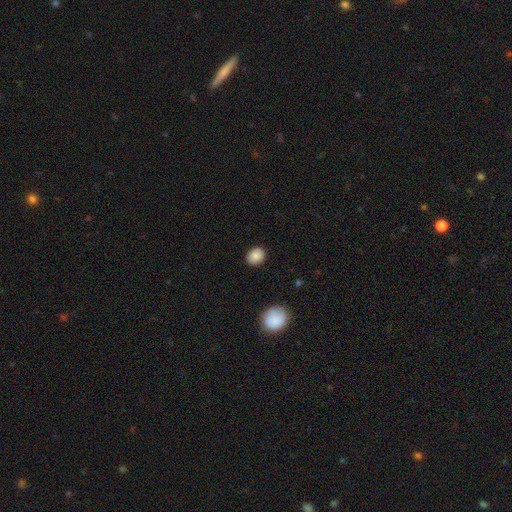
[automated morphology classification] smooth_or_featured: smooth (p=0.86) [alt: star or artifact p=0.09]
how_rounded: round (p=0.51) [alt: in between p=0.48]
merging: none (p=0.88) [alt: minor disturbance p=0.08]